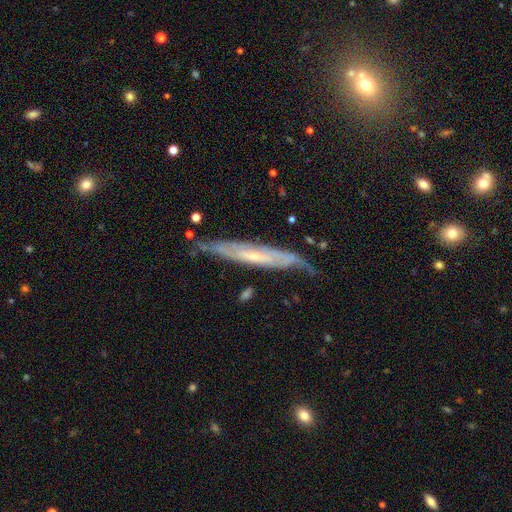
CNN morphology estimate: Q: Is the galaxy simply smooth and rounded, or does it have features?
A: featured or disk — 74%.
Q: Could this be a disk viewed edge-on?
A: yes — 61%.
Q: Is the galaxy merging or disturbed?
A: none — 67%.